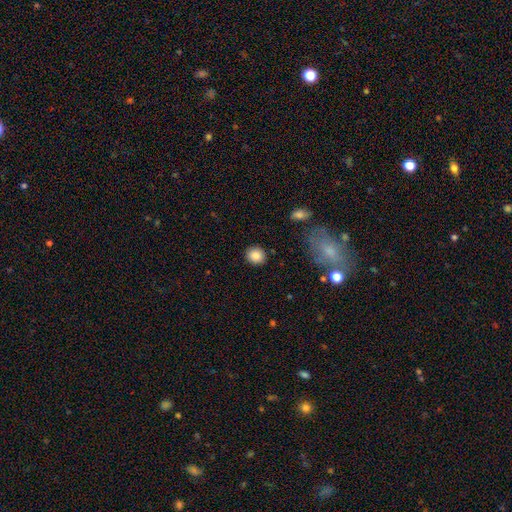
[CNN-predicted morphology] A smooth galaxy with no disk features (86%) that is round (83%).

Vote fractions:
- Smooth or featured? smooth: 86% / star or artifact: 9% / featured or disk: 5%
- How rounded? round: 83% / in between: 16% / cigar-shaped: 1%
- Merging? none: 89% / minor disturbance: 7% / major disturbance: 2% / merger: 2%